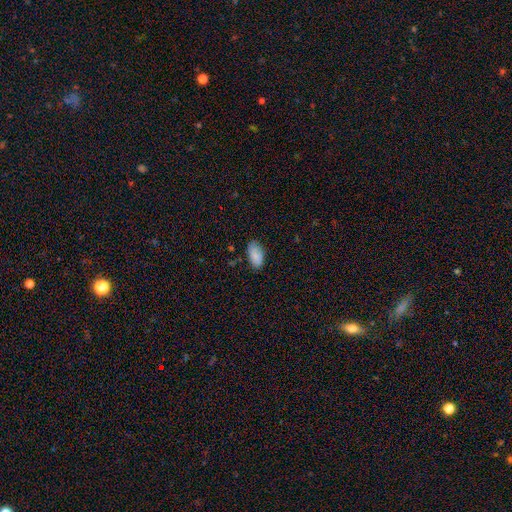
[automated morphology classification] Smooth or featured?
  - smooth: 82% *
  - featured or disk: 11%
  - star or artifact: 7%
How rounded?
  - in between: 94% *
  - round: 3%
  - cigar-shaped: 2%
Merging?
  - none: 76% *
  - minor disturbance: 19%
  - major disturbance: 4%
  - merger: 2%